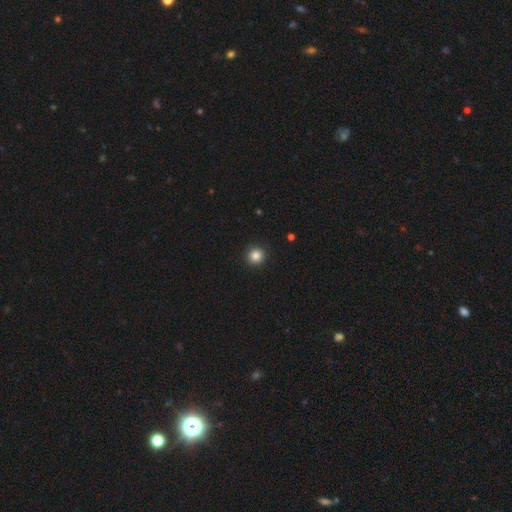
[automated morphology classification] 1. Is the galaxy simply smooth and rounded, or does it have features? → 85% smooth, 11% star or artifact, 4% featured or disk.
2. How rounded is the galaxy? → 93% round, 6% in between, 1% cigar-shaped.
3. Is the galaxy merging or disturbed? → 93% none, 5% minor disturbance, 2% major disturbance, 1% merger.